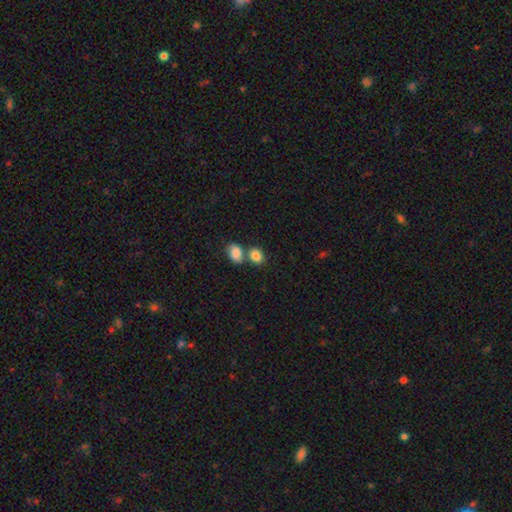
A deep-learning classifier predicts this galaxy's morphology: Smooth or featured? Predicted: smooth (p=0.85). How rounded? Predicted: in between (p=0.54). Merging? Predicted: none (p=0.48).